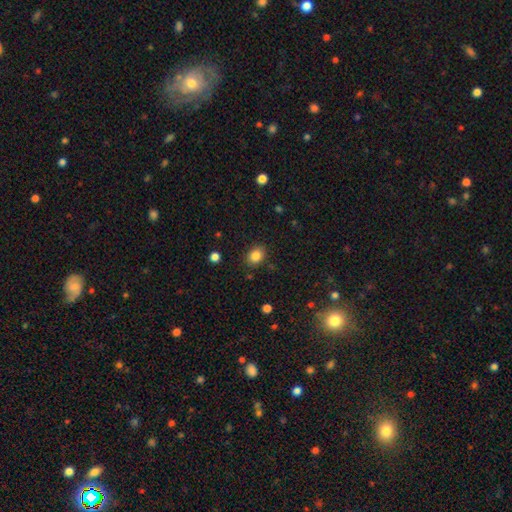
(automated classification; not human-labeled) smooth_or_featured: smooth (p=0.84) [alt: star or artifact p=0.10]
how_rounded: in between (p=0.53) [alt: round p=0.46]
merging: none (p=0.86) [alt: minor disturbance p=0.10]